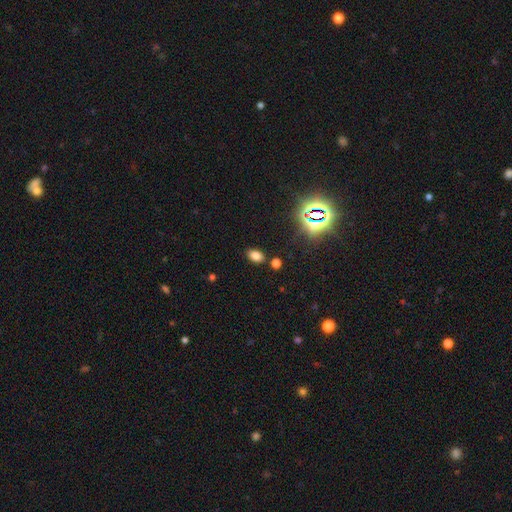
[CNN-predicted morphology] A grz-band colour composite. It shows a smooth galaxy with no disk features (74%) that is in between round and cigar-shaped (85%). Merging: none (82%).